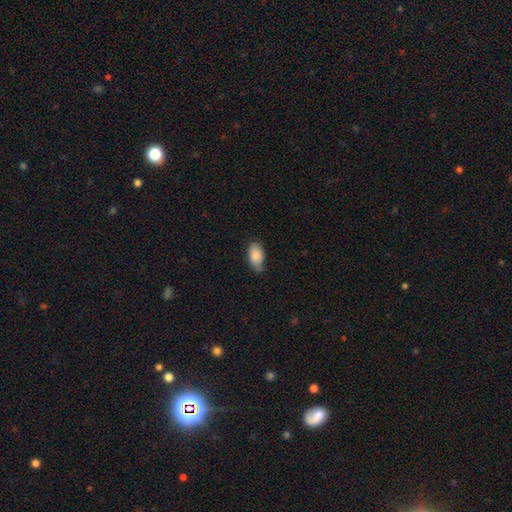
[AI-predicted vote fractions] This is clearly a smooth galaxy (86%). How rounded: clearly in between (93%). Merging: likely none (68%).